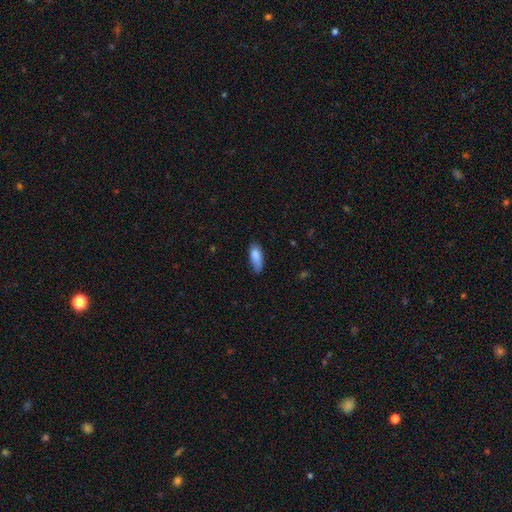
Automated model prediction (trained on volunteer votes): Smooth or featured? smooth (83%)
How rounded? in between (75%)
Merging? none (55%)